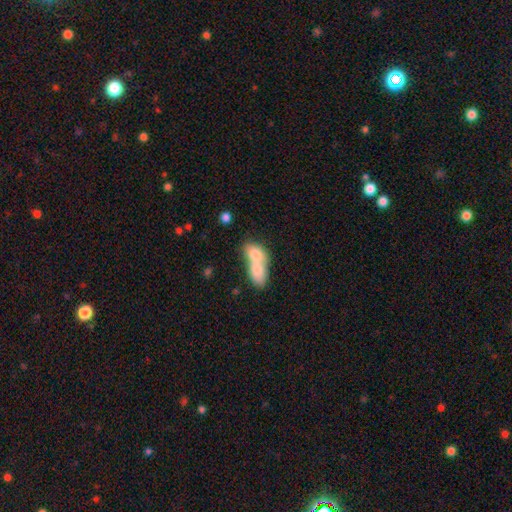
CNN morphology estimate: smooth-or-featured: smooth: 76% | featured or disk: 17% | star or artifact: 7%
  how-rounded: in between: 81% | round: 14% | cigar-shaped: 5%
  merging: merger: 77% | none: 15% | minor disturbance: 5% | major disturbance: 3%